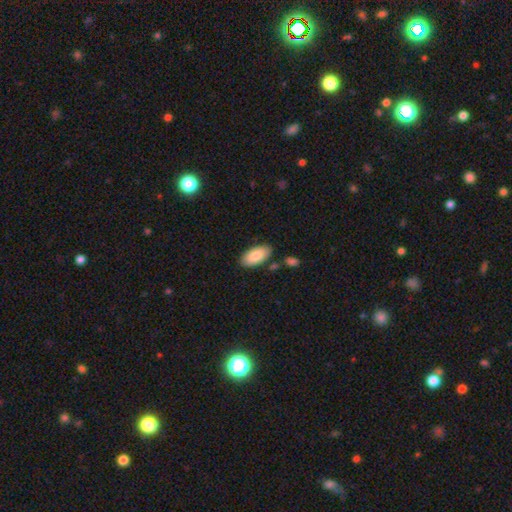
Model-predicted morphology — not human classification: Overall: smooth (85%). How rounded: in between (94%). Merging: none (82%).